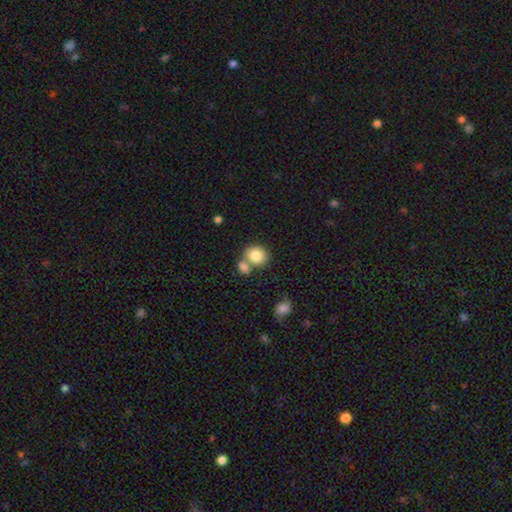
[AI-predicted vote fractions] A smooth galaxy with no disk features (83%) that is round (71%).

Vote fractions:
- Smooth or featured? smooth: 83% / featured or disk: 9% / star or artifact: 8%
- How rounded? round: 71% / in between: 28% / cigar-shaped: 1%
- Merging? none: 51% / merger: 36% / minor disturbance: 10% / major disturbance: 3%